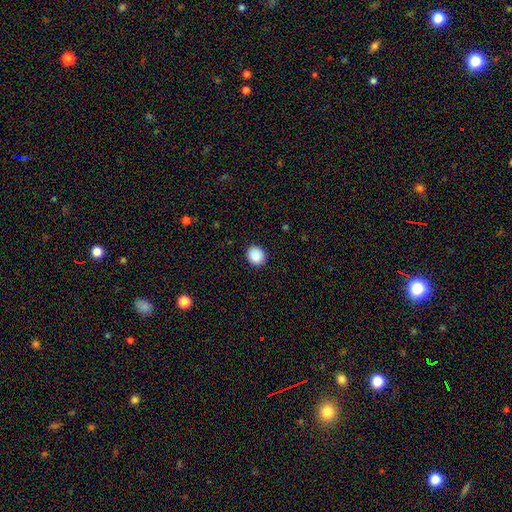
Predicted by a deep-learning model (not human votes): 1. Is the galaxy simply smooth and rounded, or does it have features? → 88% smooth, 9% star or artifact, 3% featured or disk.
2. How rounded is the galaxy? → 77% round, 22% in between, 1% cigar-shaped.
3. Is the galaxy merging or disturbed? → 90% none, 7% minor disturbance, 2% major disturbance, 1% merger.